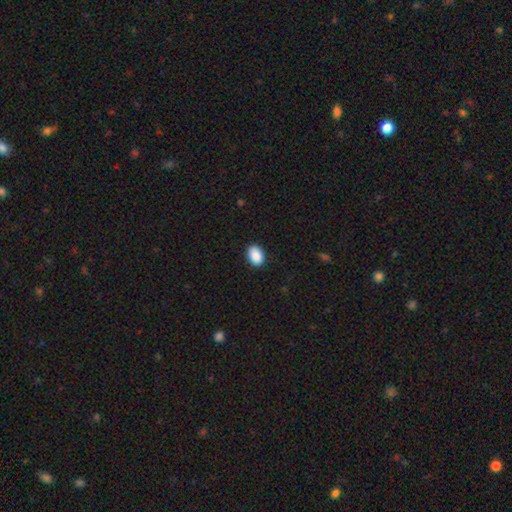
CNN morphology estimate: Smooth or featured?
  - smooth: 90% *
  - star or artifact: 7%
  - featured or disk: 3%
How rounded?
  - in between: 85% *
  - round: 14%
  - cigar-shaped: 1%
Merging?
  - none: 89% *
  - minor disturbance: 8%
  - major disturbance: 2%
  - merger: 1%